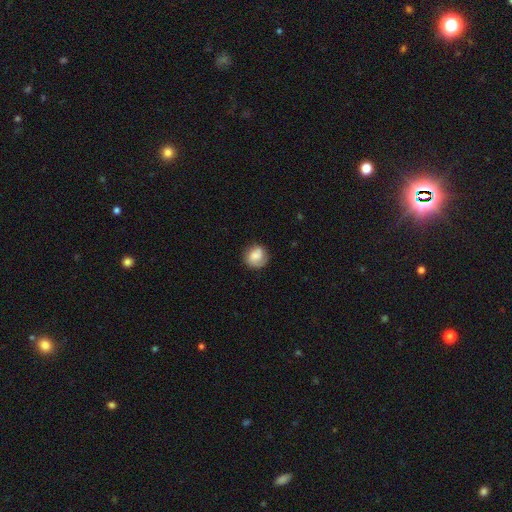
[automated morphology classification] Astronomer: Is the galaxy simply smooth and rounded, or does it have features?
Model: smooth — 69%.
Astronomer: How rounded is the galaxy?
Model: round — 81%.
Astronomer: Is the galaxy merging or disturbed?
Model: none — 67%.